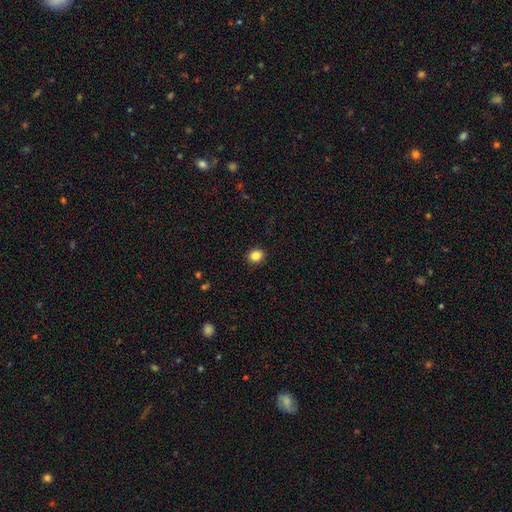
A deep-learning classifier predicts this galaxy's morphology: smooth-or-featured: smooth: 85% | star or artifact: 11% | featured or disk: 5%
  how-rounded: round: 72% | in between: 27% | cigar-shaped: 1%
  merging: none: 91% | minor disturbance: 6% | major disturbance: 2% | merger: 1%